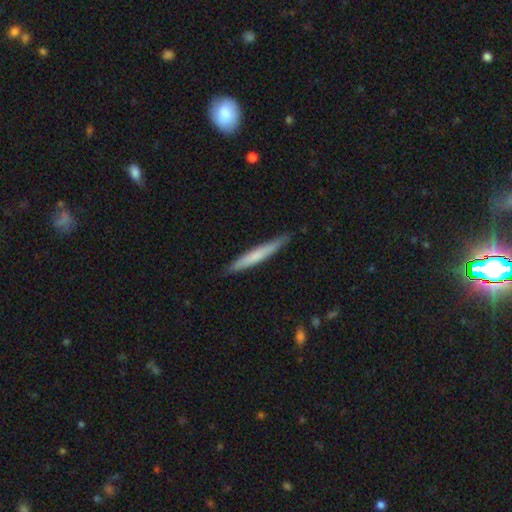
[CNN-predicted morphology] type=smooth (62%); roundness=cigar-shaped (96%); merging=none (88%).